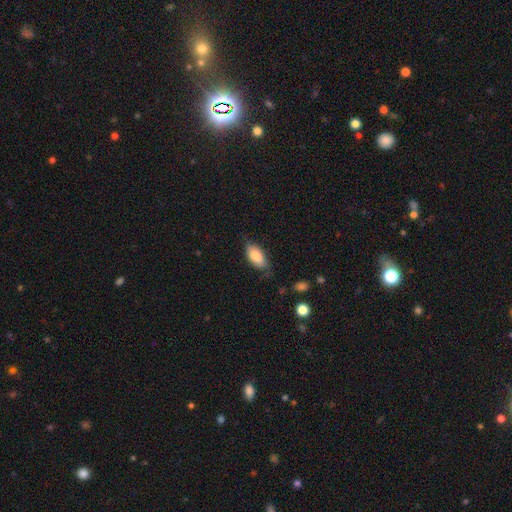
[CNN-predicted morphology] smooth-or-featured: smooth: 78% | featured or disk: 15% | star or artifact: 6%
  how-rounded: in between: 90% | cigar-shaped: 8% | round: 3%
  merging: none: 68% | minor disturbance: 25% | major disturbance: 6% | merger: 2%